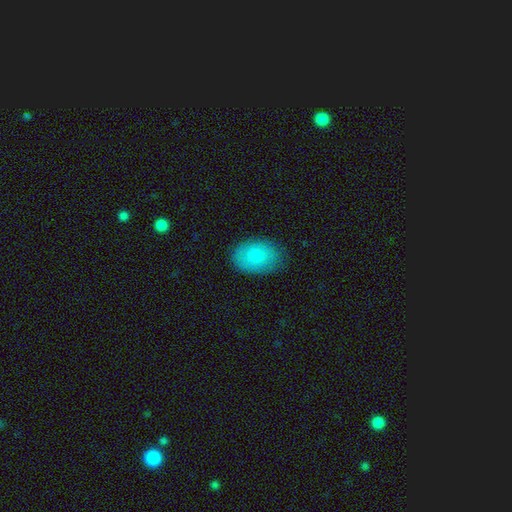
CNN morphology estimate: Smooth or featured: smooth — 83% (featured or disk — 10%)
How rounded: in between — 82% (round — 17%)
Merging: none — 80% (minor disturbance — 15%)